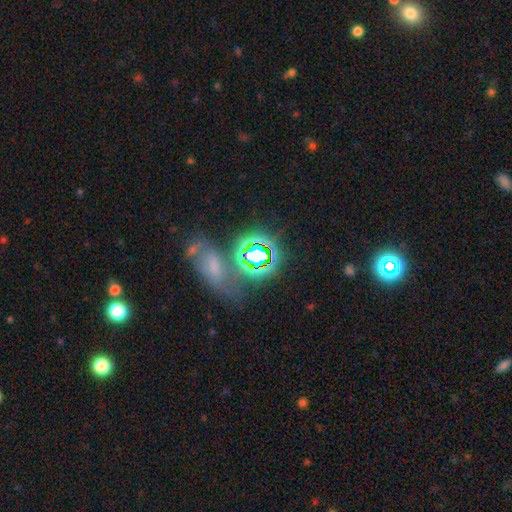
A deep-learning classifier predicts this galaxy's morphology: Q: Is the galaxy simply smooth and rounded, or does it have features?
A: star or artifact — 60%.